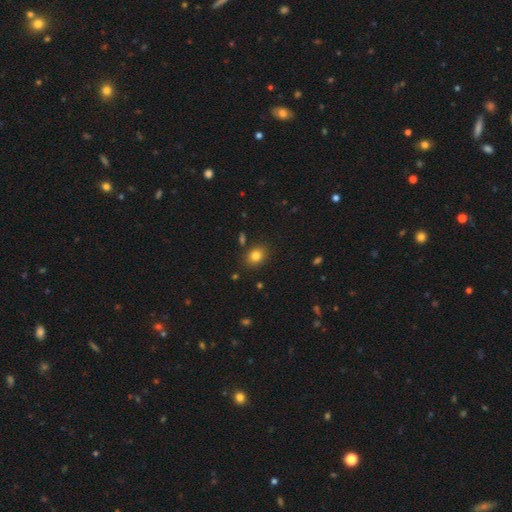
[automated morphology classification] Smooth or featured: smooth — 82% (star or artifact — 12%)
How rounded: round — 52% (in between — 47%)
Merging: none — 84% (minor disturbance — 10%)